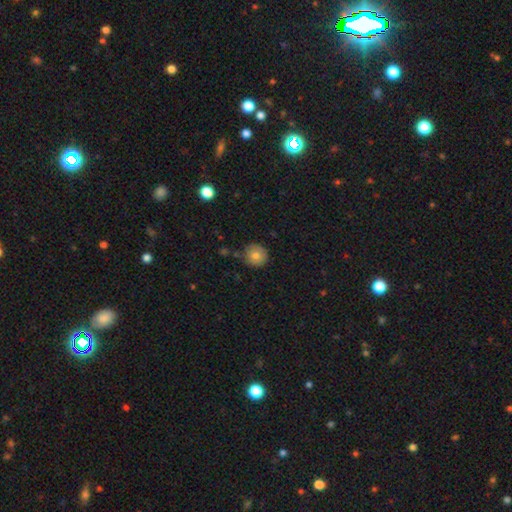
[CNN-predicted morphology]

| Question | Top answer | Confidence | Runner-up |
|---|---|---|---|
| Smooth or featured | smooth | 75% | featured or disk (16%) |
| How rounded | round | 92% | in between (7%) |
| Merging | none | 75% | minor disturbance (19%) |